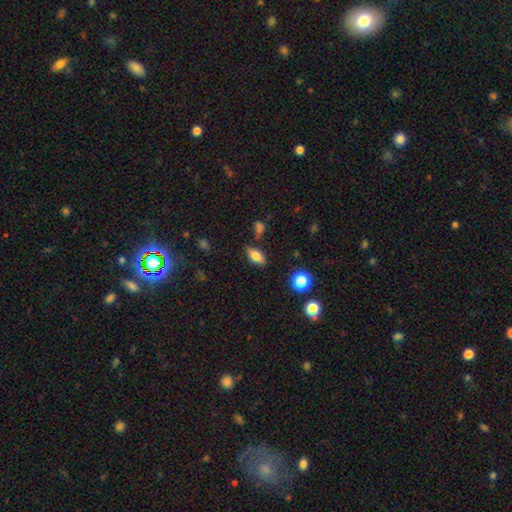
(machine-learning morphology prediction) Smooth or featured?
  - smooth: 78% *
  - featured or disk: 12%
  - star or artifact: 10%
How rounded?
  - in between: 85% *
  - cigar-shaped: 8%
  - round: 6%
Merging?
  - none: 75% *
  - minor disturbance: 16%
  - merger: 4%
  - major disturbance: 4%